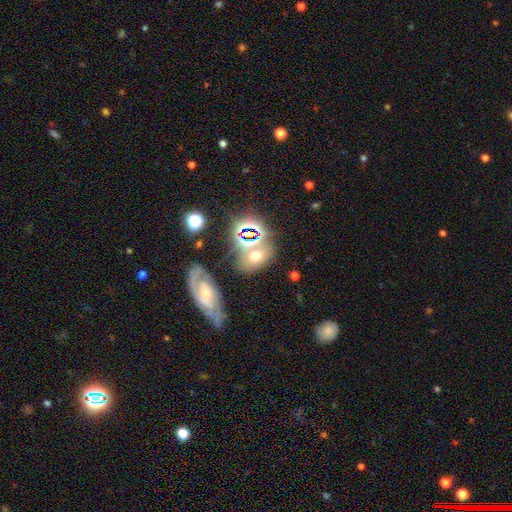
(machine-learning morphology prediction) The model was most divided on "smooth or featured": smooth: 48%, star or artifact: 32%, featured or disk: 20%. More confident: merging — none (57%).